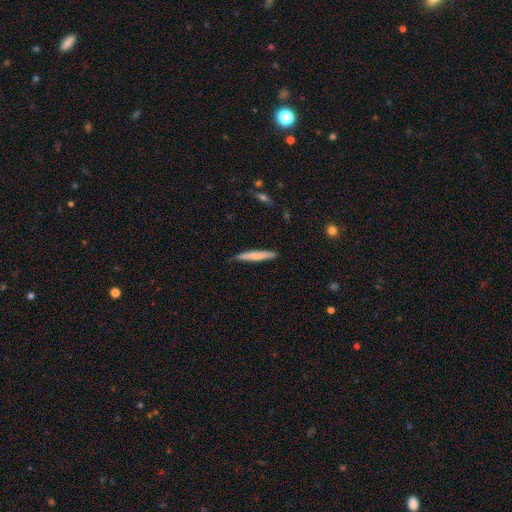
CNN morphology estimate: Smooth or featured: smooth — 69% (featured or disk — 26%)
How rounded: cigar-shaped — 94% (in between — 4%)
Merging: none — 83% (minor disturbance — 14%)